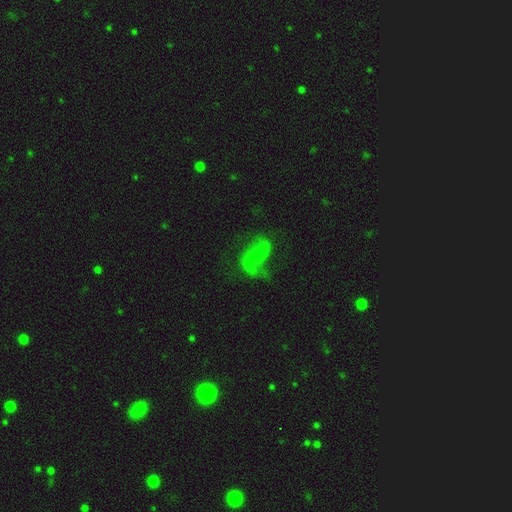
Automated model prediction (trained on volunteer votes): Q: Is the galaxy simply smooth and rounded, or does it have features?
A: featured or disk — 76%.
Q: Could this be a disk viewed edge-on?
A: no — 95%.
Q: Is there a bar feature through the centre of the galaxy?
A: weak — 39%.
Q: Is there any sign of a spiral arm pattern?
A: yes — 89%.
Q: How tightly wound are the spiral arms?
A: loose — 75%.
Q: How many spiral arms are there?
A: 2 — 82%.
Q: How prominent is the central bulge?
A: small — 58%.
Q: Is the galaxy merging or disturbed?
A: none — 58%.